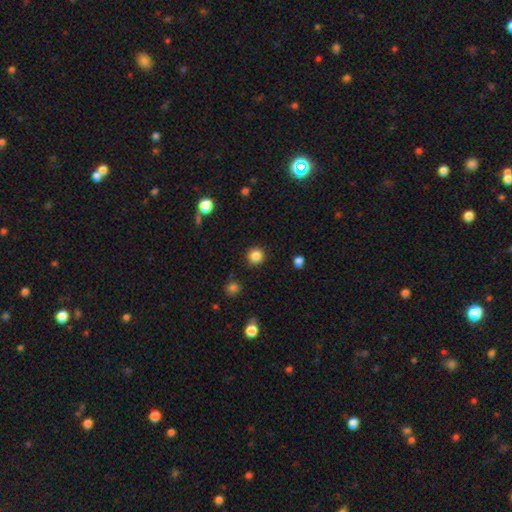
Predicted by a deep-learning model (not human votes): This appears to be a smooth galaxy with no disk features (85%) that is round (94%). Merging: none (91%).